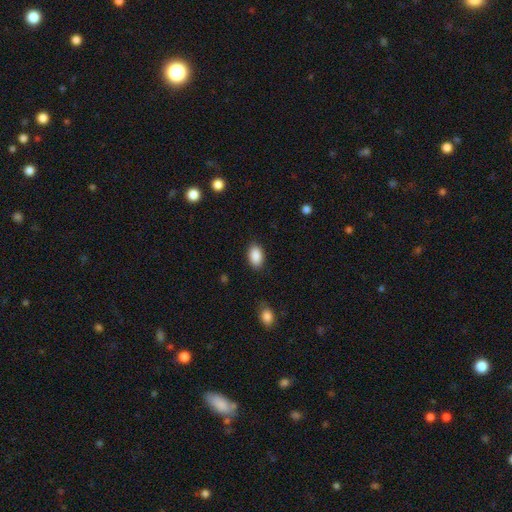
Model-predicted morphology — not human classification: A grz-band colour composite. It shows a smooth galaxy with no disk features (90%) that is in between round and cigar-shaped (90%). Merging: none (86%).